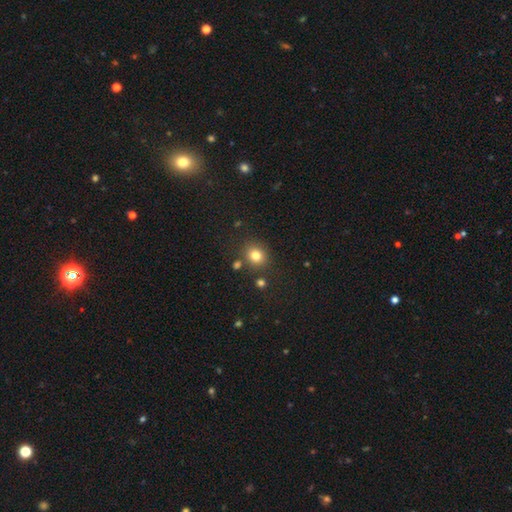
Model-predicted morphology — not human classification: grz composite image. It shows a smooth galaxy with no disk features (80%) that is round (75%). Merging: none (79%).